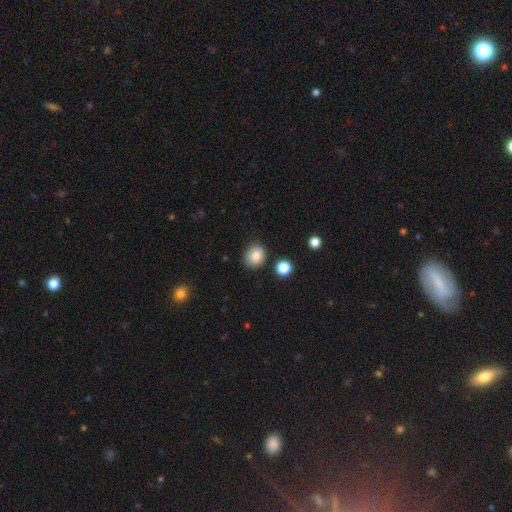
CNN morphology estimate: Smooth or featured: smooth — 86% (star or artifact — 9%)
How rounded: round — 63% (in between — 36%)
Merging: none — 81% (minor disturbance — 13%)